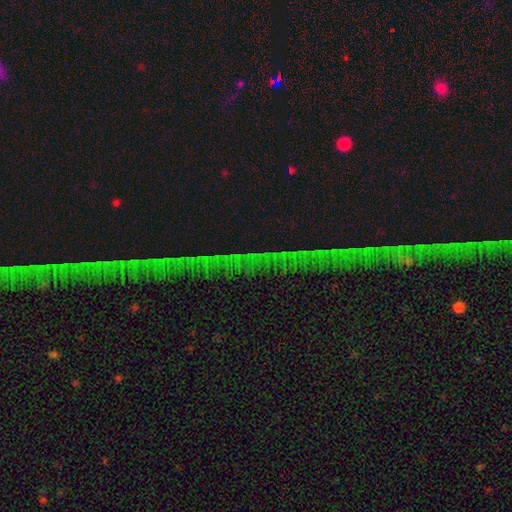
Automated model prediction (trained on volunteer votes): The model was most divided on "smooth or featured": star or artifact: 77%, featured or disk: 14%, smooth: 10%.